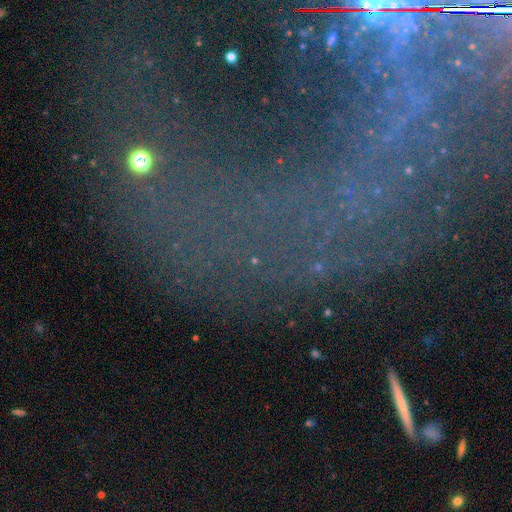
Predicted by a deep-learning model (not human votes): This appears to be a star or artifact, not a galaxy (54%).